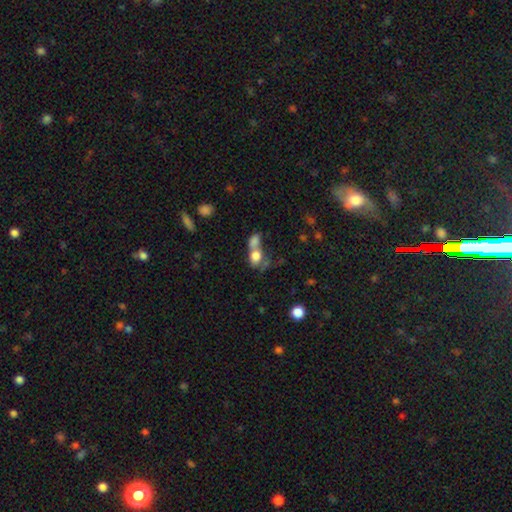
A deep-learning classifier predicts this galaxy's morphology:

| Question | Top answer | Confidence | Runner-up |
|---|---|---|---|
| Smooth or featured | smooth | 76% | featured or disk (13%) |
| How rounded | in between | 57% | round (40%) |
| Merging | merger | 62% | none (23%) |